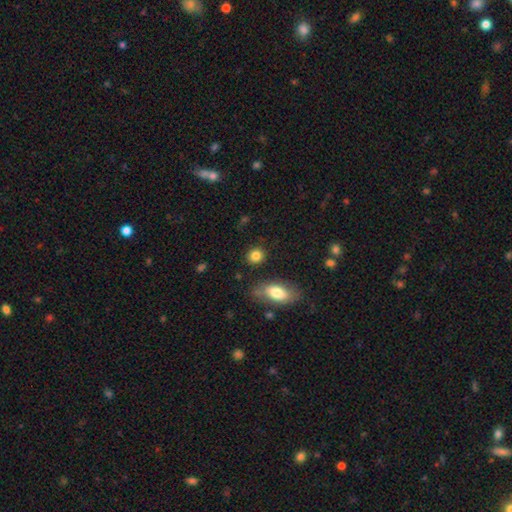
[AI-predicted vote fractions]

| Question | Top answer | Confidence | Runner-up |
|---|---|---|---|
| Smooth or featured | smooth | 85% | star or artifact (9%) |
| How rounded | round | 73% | in between (25%) |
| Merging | none | 85% | minor disturbance (9%) |